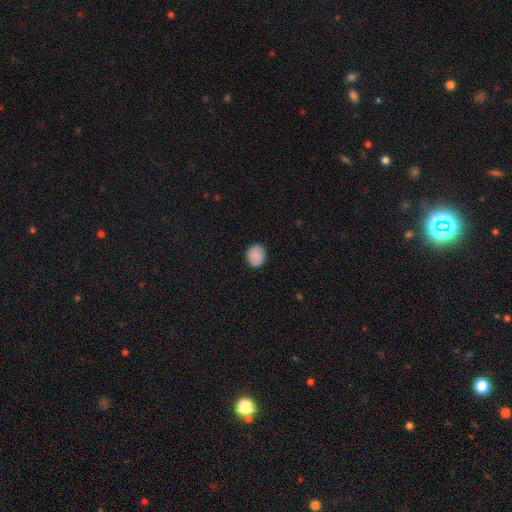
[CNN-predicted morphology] A smooth galaxy with no disk features (85%) that is round (62%). Merging: none (86%).